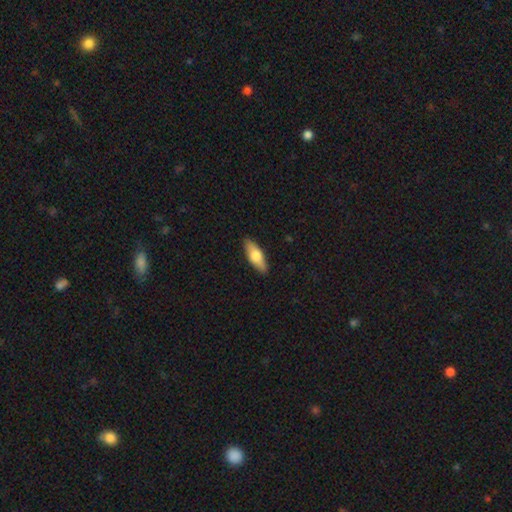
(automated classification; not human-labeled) A smooth galaxy with no disk features (66%) that is in between round and cigar-shaped (64%).

Vote fractions:
- Smooth or featured? smooth: 66% / featured or disk: 29% / star or artifact: 5%
- How rounded? in between: 64% / cigar-shaped: 33% / round: 3%
- Merging? none: 89% / minor disturbance: 8% / major disturbance: 2% / merger: 1%